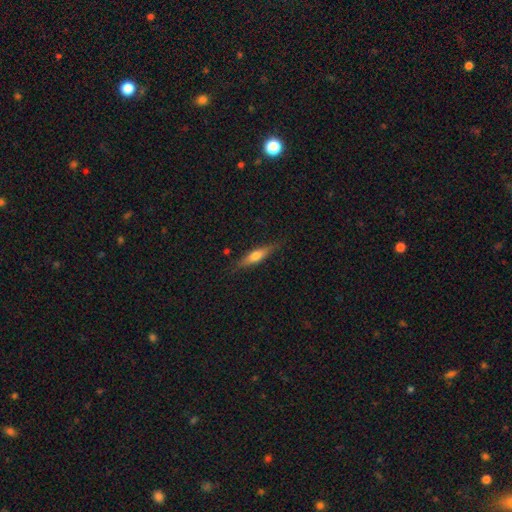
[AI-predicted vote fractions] Overall: smooth (53%; featured or disk 41%). How rounded: cigar-shaped (73%). Merging: none (82%).